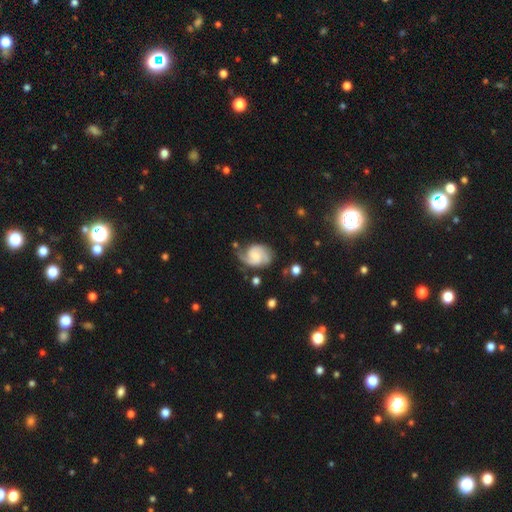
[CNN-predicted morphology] Smooth or featured? Predicted: featured or disk (p=0.79). Edge-on disk? Predicted: no (p=0.98). Bar? Predicted: no (p=0.52). Spiral arms? Predicted: yes (p=0.96). Spiral winding? Predicted: medium (p=0.46). Spiral arm count? Predicted: 2 (p=0.72). Bulge size? Predicted: small (p=0.41). Merging? Predicted: none (p=0.59).